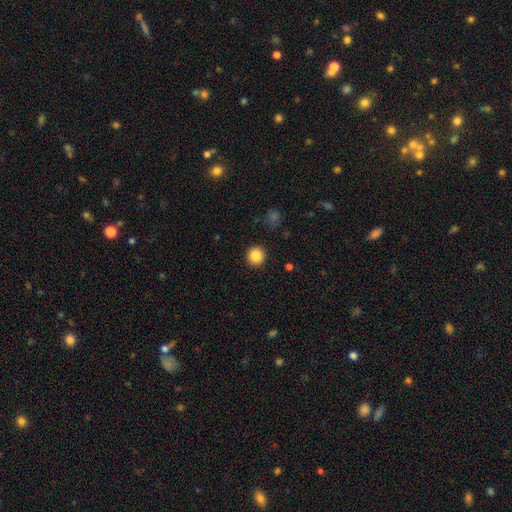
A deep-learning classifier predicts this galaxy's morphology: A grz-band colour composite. It shows a smooth galaxy with no disk features (87%) that is round (95%). Merging: none (92%).